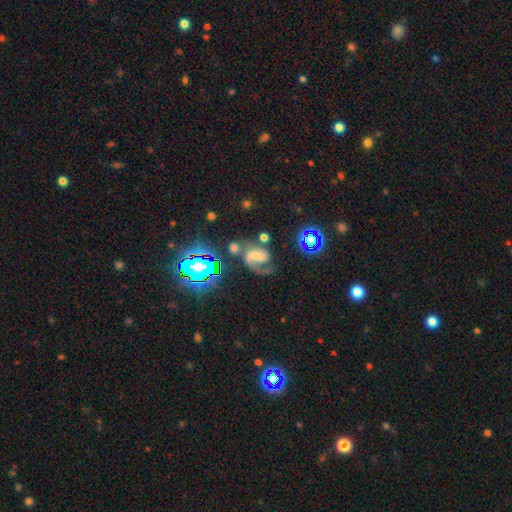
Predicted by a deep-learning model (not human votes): Q: Smooth or featured?
A: featured or disk (73%); runner-up: smooth (14%)
Q: Edge-on disk?
A: no (97%); runner-up: yes (3%)
Q: Bar?
A: no (42%); runner-up: weak (39%)
Q: Spiral arms?
A: yes (94%); runner-up: no (6%)
Q: Spiral winding?
A: medium (48%); runner-up: loose (33%)
Q: Spiral arm count?
A: 2 (60%); runner-up: 1 (31%)
Q: Bulge size?
A: small (48%); runner-up: moderate (33%)
Q: Merging?
A: none (39%); runner-up: major disturbance (27%)